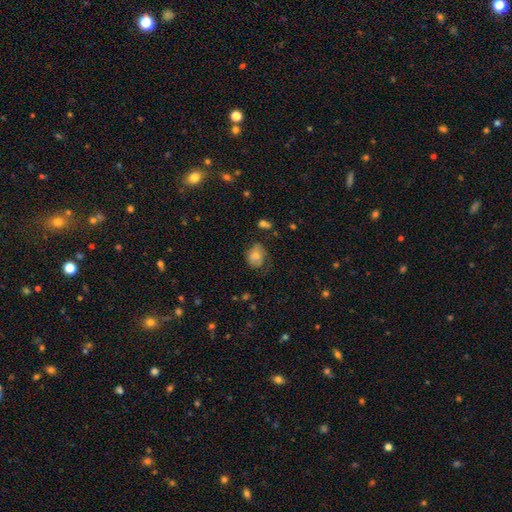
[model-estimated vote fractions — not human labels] Overall: smooth (69%). How rounded: round (51%; in between 48%). Merging: none (56%; minor disturbance 29%).